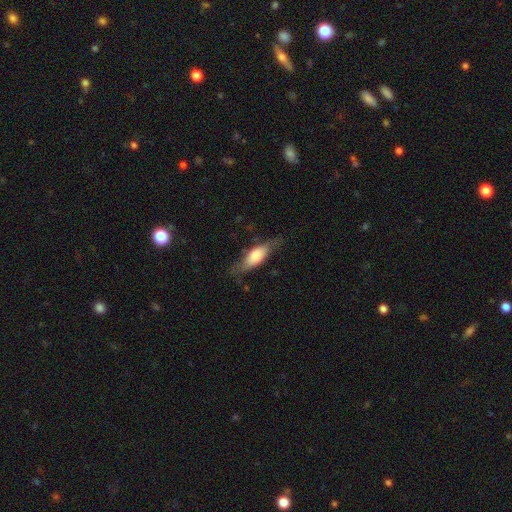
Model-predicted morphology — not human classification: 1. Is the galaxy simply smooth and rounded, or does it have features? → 61% smooth, 32% featured or disk, 7% star or artifact.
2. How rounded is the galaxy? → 61% in between, 36% cigar-shaped, 3% round.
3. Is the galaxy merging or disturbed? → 66% none, 23% minor disturbance, 9% major disturbance, 2% merger.